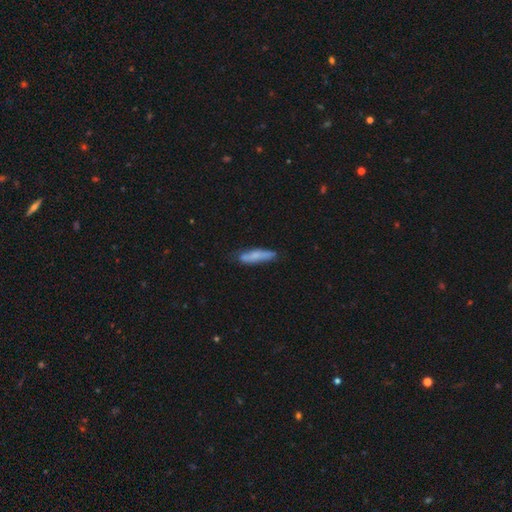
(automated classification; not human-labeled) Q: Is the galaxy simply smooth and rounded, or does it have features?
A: smooth — 70%.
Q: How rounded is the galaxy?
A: cigar-shaped — 83%.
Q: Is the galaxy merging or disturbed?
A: none — 72%.